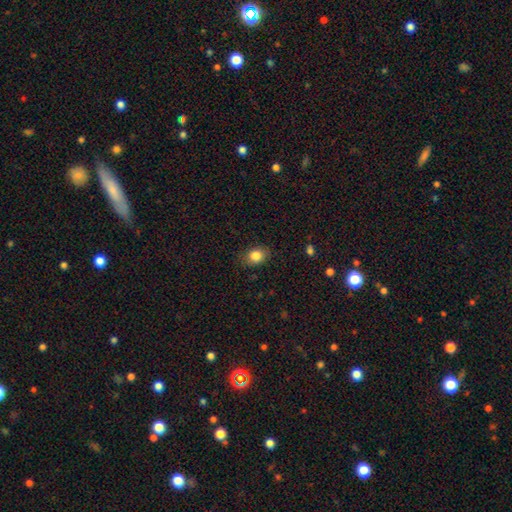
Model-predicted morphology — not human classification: smooth-or-featured: smooth: 84% | star or artifact: 9% | featured or disk: 6%
  how-rounded: in between: 55% | round: 44% | cigar-shaped: 1%
  merging: none: 82% | minor disturbance: 14% | major disturbance: 3% | merger: 1%